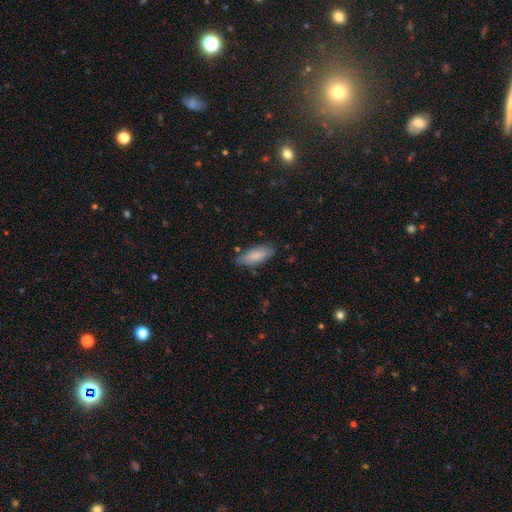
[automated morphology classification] smooth-or-featured: smooth: 84% | featured or disk: 11% | star or artifact: 6%
  how-rounded: in between: 79% | cigar-shaped: 19% | round: 2%
  merging: none: 78% | minor disturbance: 16% | major disturbance: 3% | merger: 2%